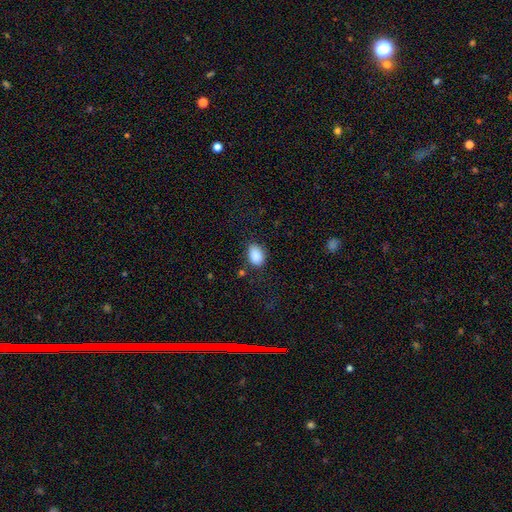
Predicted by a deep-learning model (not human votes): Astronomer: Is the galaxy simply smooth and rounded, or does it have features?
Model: smooth — 88%.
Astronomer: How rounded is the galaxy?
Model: in between — 83%.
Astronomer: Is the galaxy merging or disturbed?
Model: none — 73%.